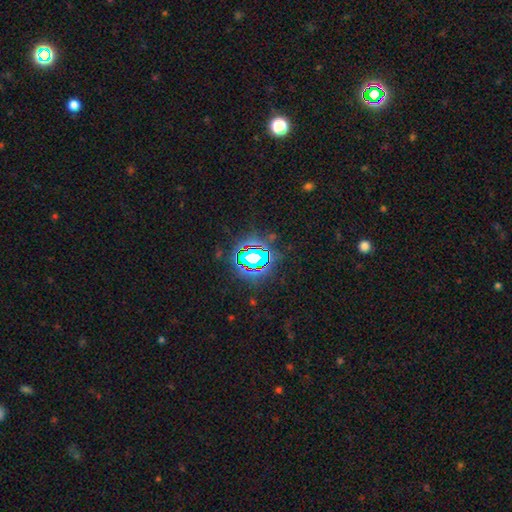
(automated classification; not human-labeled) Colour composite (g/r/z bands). It shows a star or artifact, not a galaxy (75%).